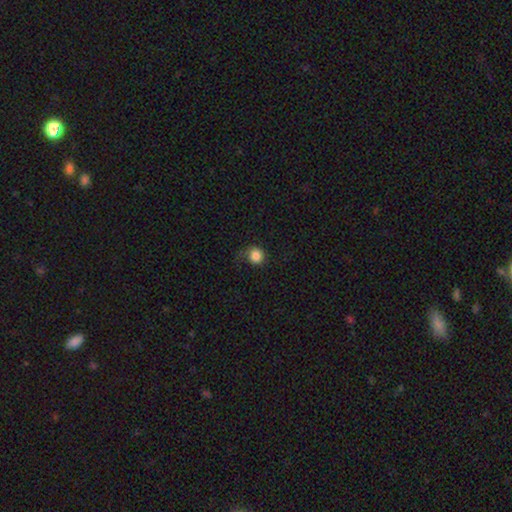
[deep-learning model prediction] Q: Smooth or featured?
A: smooth (85%); runner-up: star or artifact (10%)
Q: How rounded?
A: round (91%); runner-up: in between (9%)
Q: Merging?
A: none (71%); runner-up: minor disturbance (20%)